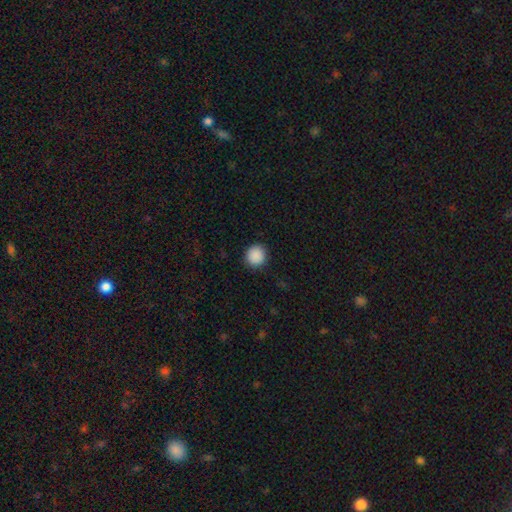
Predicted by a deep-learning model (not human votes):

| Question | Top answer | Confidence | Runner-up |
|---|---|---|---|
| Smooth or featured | smooth | 90% | star or artifact (8%) |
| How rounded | round | 90% | in between (9%) |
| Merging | none | 91% | minor disturbance (6%) |